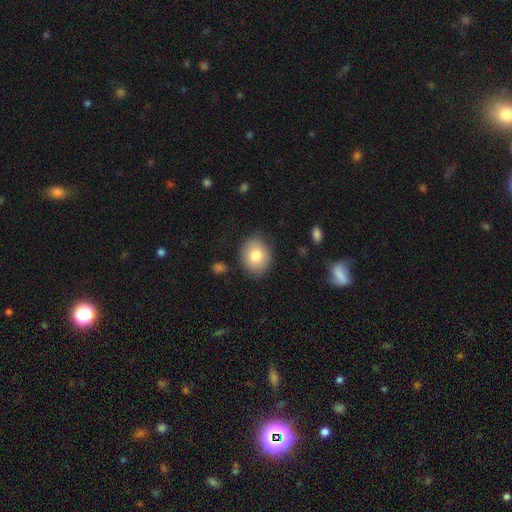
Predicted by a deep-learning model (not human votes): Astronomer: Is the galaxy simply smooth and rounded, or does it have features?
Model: smooth — 79%.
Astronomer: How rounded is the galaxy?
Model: round — 71%.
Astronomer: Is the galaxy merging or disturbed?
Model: none — 86%.